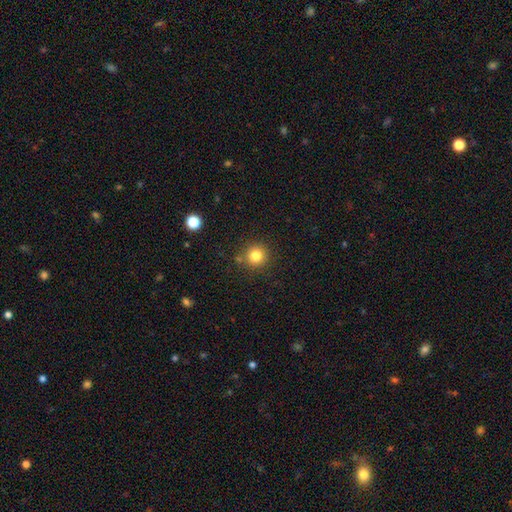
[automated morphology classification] A smooth galaxy with no disk features (81%) that is round (94%). Merging: none (84%).